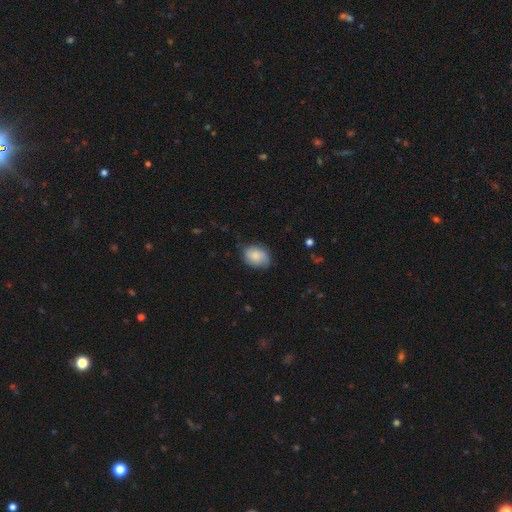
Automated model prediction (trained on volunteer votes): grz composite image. It shows a smooth galaxy with no disk features (81%) that is in between round and cigar-shaped (71%). Merging: none (70%).